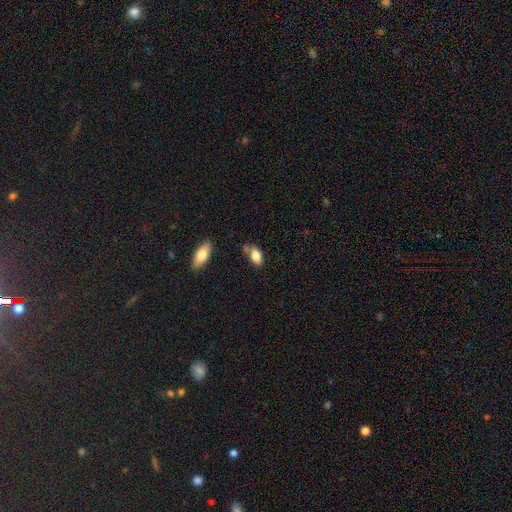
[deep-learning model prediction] Smooth or featured? Predicted: smooth (p=0.82). How rounded? Predicted: in between (p=0.89). Merging? Predicted: none (p=0.58).